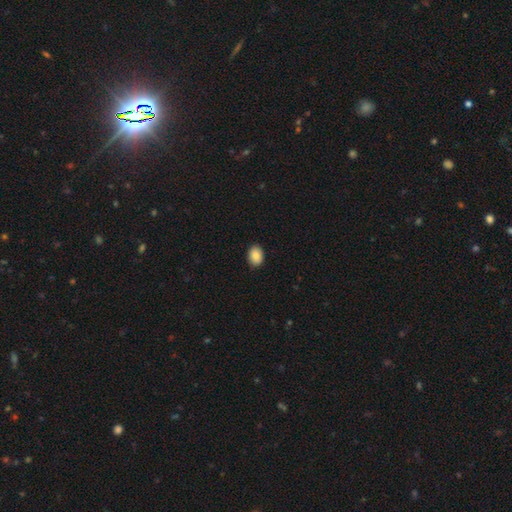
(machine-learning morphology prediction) type=smooth (86%); roundness=in between (76%); merging=none (89%).